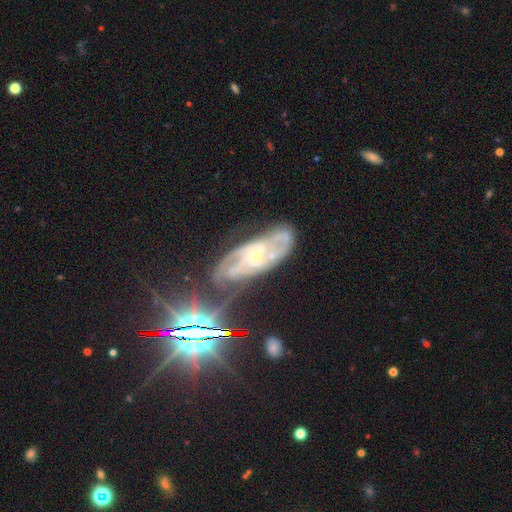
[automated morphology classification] Q: Smooth or featured?
A: featured or disk (79%); runner-up: star or artifact (11%)
Q: Edge-on disk?
A: no (91%); runner-up: yes (9%)
Q: Bar?
A: no (58%); runner-up: weak (32%)
Q: Spiral arms?
A: yes (91%); runner-up: no (9%)
Q: Spiral winding?
A: tight (49%); runner-up: medium (40%)
Q: Spiral arm count?
A: 2 (36%); runner-up: can't tell (34%)
Q: Bulge size?
A: small (74%); runner-up: moderate (22%)
Q: Merging?
A: none (63%); runner-up: minor disturbance (22%)